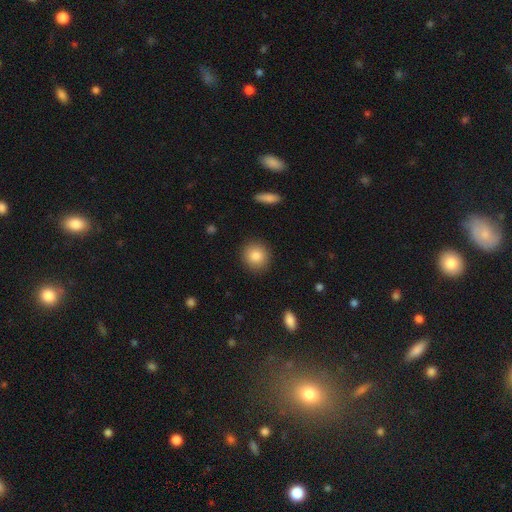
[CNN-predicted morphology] This is clearly a smooth galaxy (85%). How rounded: clearly round (86%). Merging: clearly none (90%).